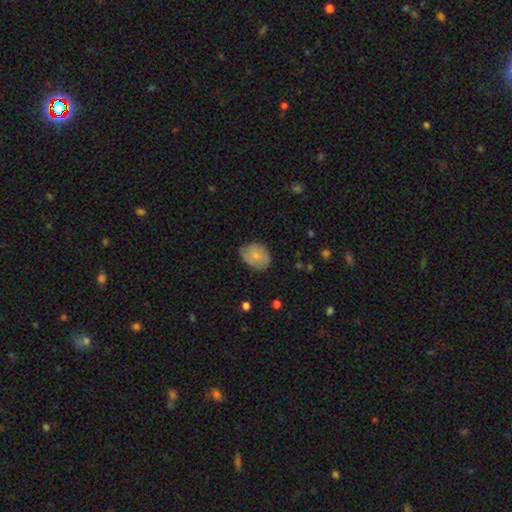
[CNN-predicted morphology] This is likely a smooth galaxy (76%). How rounded: likely in between (64%). Merging: likely none (67%).